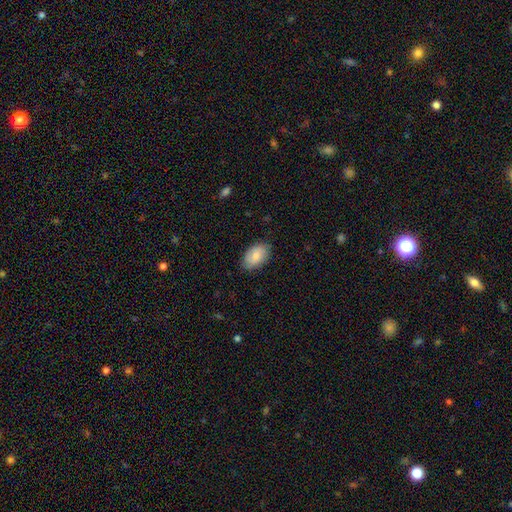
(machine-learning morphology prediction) A smooth galaxy with no disk features (81%) that is in between round and cigar-shaped (92%).

Vote fractions:
- Smooth or featured? smooth: 81% / featured or disk: 13% / star or artifact: 6%
- How rounded? in between: 92% / round: 7% / cigar-shaped: 1%
- Merging? none: 81% / minor disturbance: 15% / major disturbance: 3% / merger: 1%